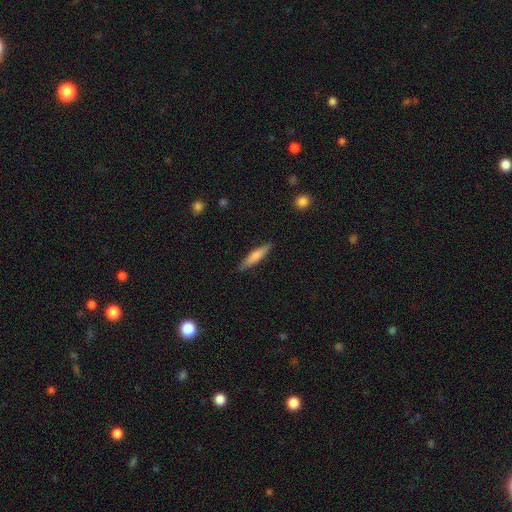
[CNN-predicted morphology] A smooth galaxy with no disk features (72%) that is cigar-shaped (84%).

Vote fractions:
- Smooth or featured? smooth: 72% / featured or disk: 22% / star or artifact: 6%
- How rounded? cigar-shaped: 84% / in between: 14% / round: 1%
- Merging? none: 88% / minor disturbance: 9% / major disturbance: 2% / merger: 1%